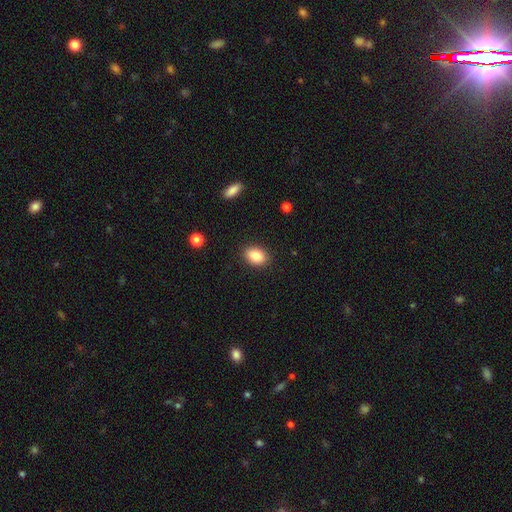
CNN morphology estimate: This appears to be a smooth galaxy with no disk features (86%) that is in between round and cigar-shaped (80%). Merging: none (89%).